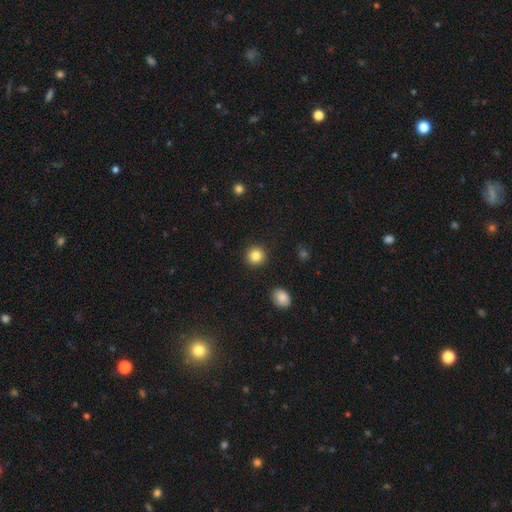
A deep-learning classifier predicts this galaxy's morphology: A smooth galaxy with no disk features (85%) that is round (93%).

Vote fractions:
- Smooth or featured? smooth: 85% / star or artifact: 10% / featured or disk: 5%
- How rounded? round: 93% / in between: 6% / cigar-shaped: 1%
- Merging? none: 92% / minor disturbance: 5% / major disturbance: 2% / merger: 1%